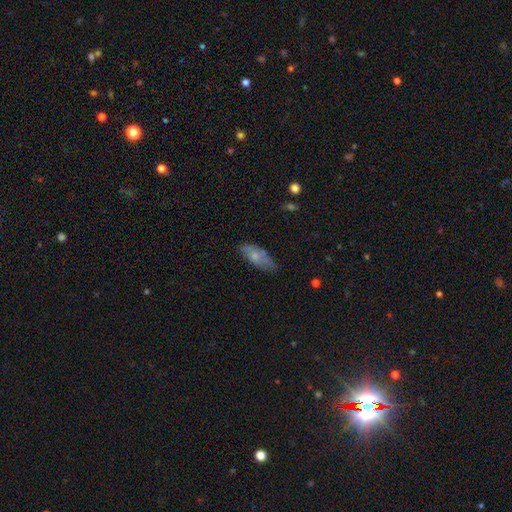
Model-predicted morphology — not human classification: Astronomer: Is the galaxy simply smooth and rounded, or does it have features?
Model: smooth — 62%.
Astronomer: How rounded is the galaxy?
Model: in between — 75%.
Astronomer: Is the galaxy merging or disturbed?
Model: none — 66%.